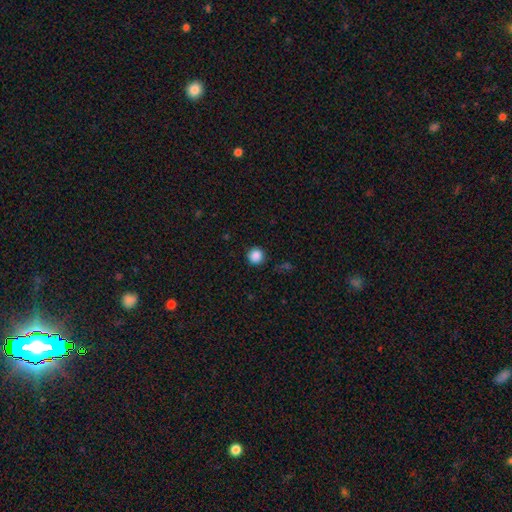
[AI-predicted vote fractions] Morphology: type=smooth (87%); roundness=round (95%); merging=none (88%).